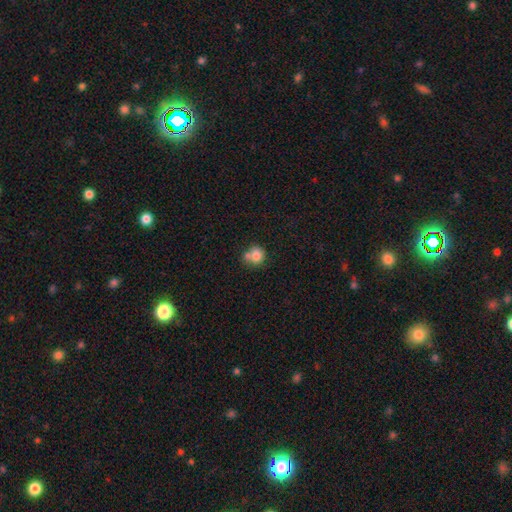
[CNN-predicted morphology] type=smooth (78%); roundness=round (76%); merging=none (43%).